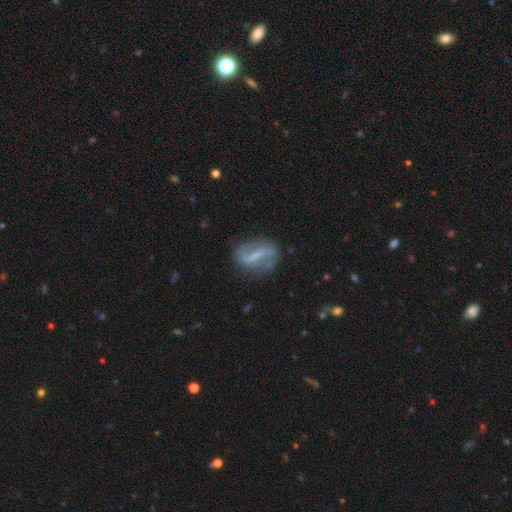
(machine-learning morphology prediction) Smooth or featured: featured or disk — 75% (smooth — 18%)
Edge-on disk: no — 94% (yes — 6%)
Bar: strong — 56% (weak — 33%)
Spiral arms: yes — 79% (no — 21%)
Spiral winding: loose — 55% (medium — 31%)
Spiral arm count: 2 — 85% (can't tell — 8%)
Bulge size: small — 43% (none — 33%)
Merging: none — 74% (minor disturbance — 16%)